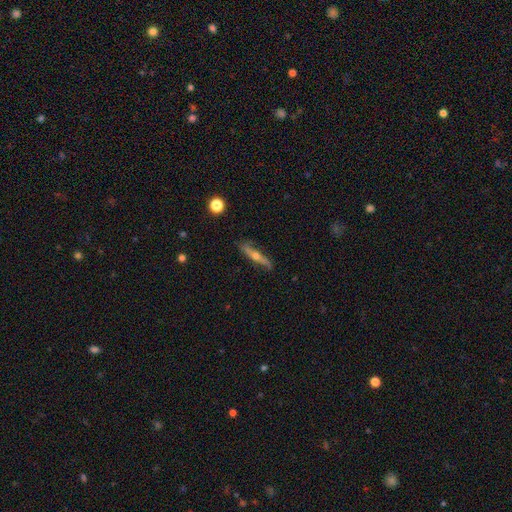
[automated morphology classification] This appears to be a featured or disk galaxy (69%) viewed edge-on (84%) with a rounded central bulge (90%). Merging: none (83%).